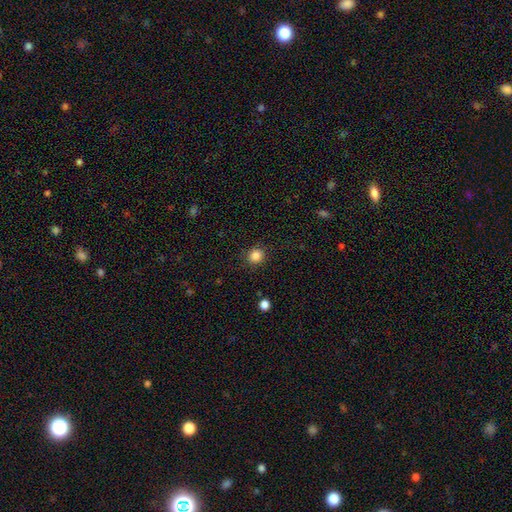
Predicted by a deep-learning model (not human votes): smooth 85%, star or artifact 11%, featured or disk 4%. Down the decision tree: how rounded — round (84%); merging — none (87%).